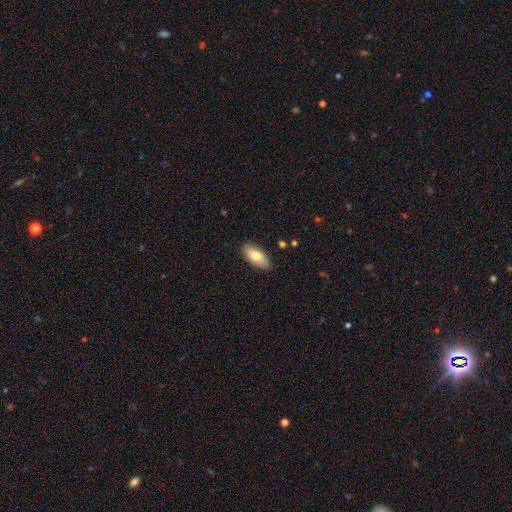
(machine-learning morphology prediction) Q: Smooth or featured?
A: smooth (75%); runner-up: featured or disk (19%)
Q: How rounded?
A: in between (89%); runner-up: cigar-shaped (9%)
Q: Merging?
A: none (87%); runner-up: minor disturbance (10%)